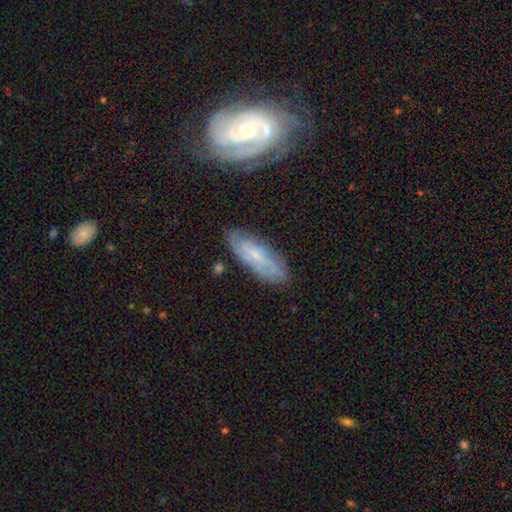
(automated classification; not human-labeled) featured or disk 54%, smooth 38%, star or artifact 8%. Down the decision tree: edge-on disk — no (81%); merging — none (73%).